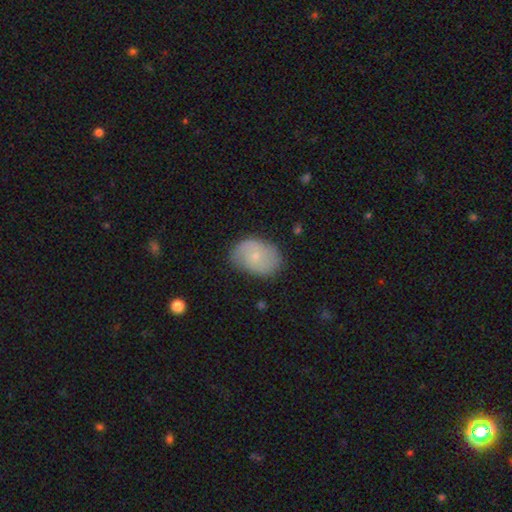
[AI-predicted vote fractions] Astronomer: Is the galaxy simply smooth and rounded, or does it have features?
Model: smooth — 54% (runner-up: featured or disk, 39%).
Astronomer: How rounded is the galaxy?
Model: in between — 76%.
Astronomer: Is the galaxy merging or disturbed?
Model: none — 71%.